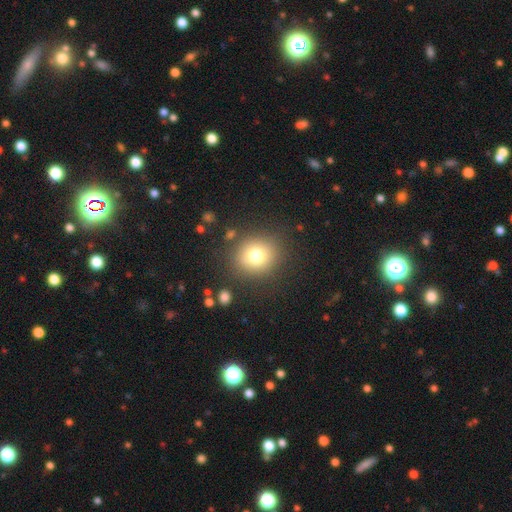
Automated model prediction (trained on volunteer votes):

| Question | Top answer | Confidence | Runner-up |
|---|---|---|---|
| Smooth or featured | smooth | 76% | star or artifact (13%) |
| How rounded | round | 82% | in between (17%) |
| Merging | none | 84% | minor disturbance (9%) |